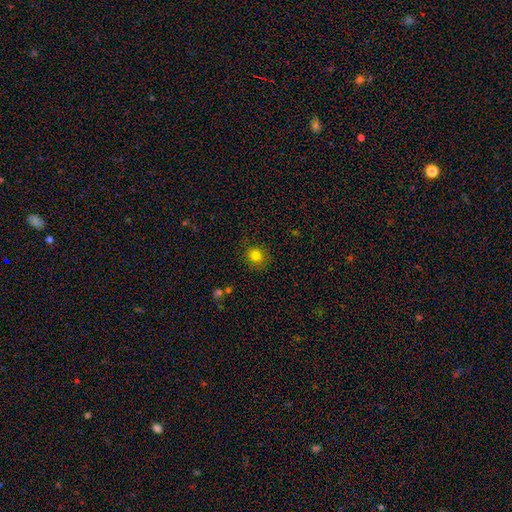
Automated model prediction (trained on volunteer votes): Smooth or featured? Predicted: smooth (p=0.81). How rounded? Predicted: round (p=0.81). Merging? Predicted: none (p=0.85).